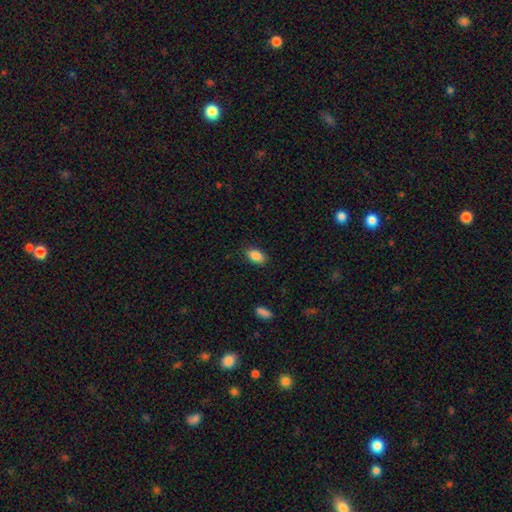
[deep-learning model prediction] A smooth galaxy with no disk features (87%) that is in between round and cigar-shaped (91%).

Vote fractions:
- Smooth or featured? smooth: 87% / star or artifact: 8% / featured or disk: 5%
- How rounded? in between: 91% / round: 7% / cigar-shaped: 3%
- Merging? none: 86% / minor disturbance: 10% / major disturbance: 3% / merger: 1%